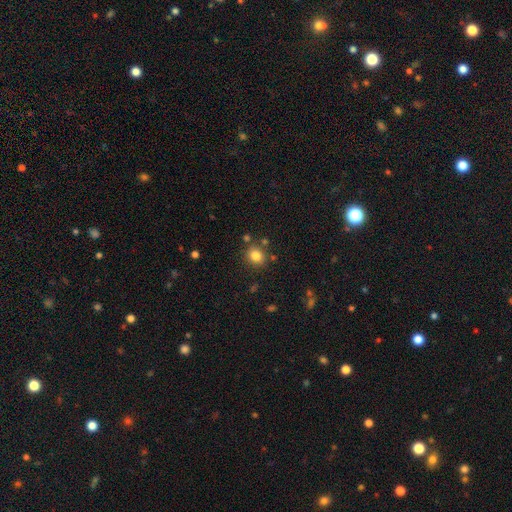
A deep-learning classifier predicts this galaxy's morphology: Smooth or featured? Predicted: smooth (p=0.81). How rounded? Predicted: round (p=0.70). Merging? Predicted: none (p=0.81).